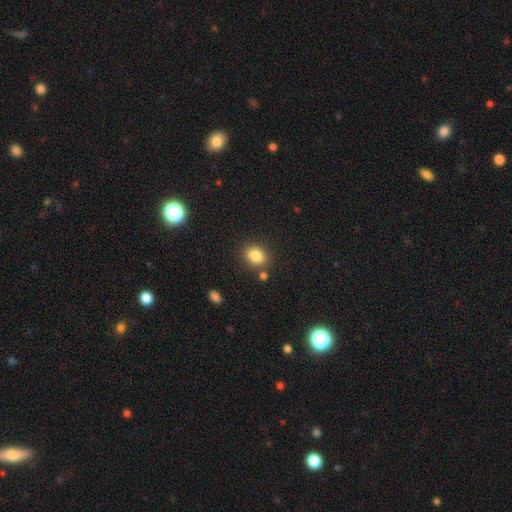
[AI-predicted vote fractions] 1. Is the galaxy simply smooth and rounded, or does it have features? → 84% smooth, 10% star or artifact, 6% featured or disk.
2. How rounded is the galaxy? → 61% in between, 38% round, 1% cigar-shaped.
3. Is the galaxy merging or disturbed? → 78% none, 11% minor disturbance, 7% merger, 3% major disturbance.